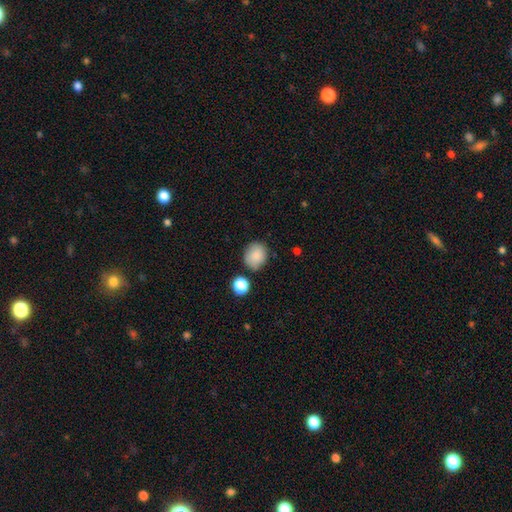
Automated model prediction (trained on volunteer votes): A smooth galaxy with no disk features (86%) that is round (72%). Merging: none (78%).